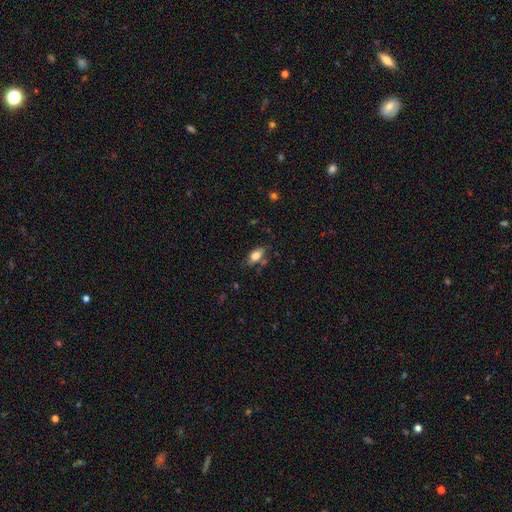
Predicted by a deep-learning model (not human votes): smooth 78%, featured or disk 13%, star or artifact 9%. Down the decision tree: how rounded — in between (87%); merging — none (66%).